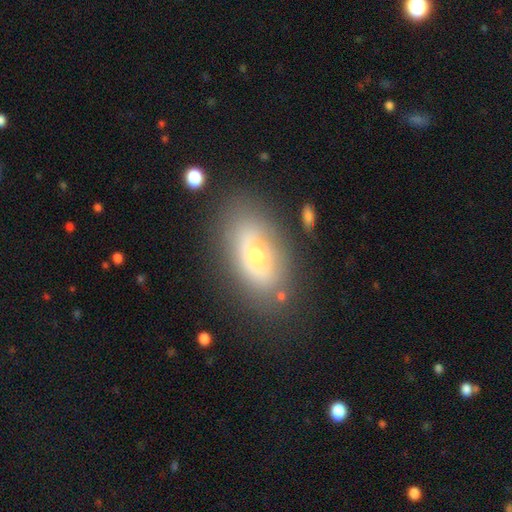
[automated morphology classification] Smooth or featured?
  - smooth: 55% *
  - featured or disk: 34%
  - star or artifact: 11%
How rounded?
  - in between: 85% *
  - round: 12%
  - cigar-shaped: 3%
Merging?
  - none: 74% *
  - minor disturbance: 15%
  - major disturbance: 6%
  - merger: 4%